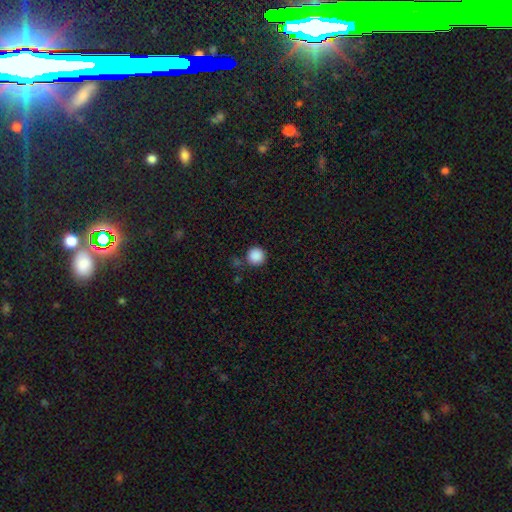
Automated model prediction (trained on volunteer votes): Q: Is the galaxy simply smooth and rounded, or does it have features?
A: smooth — 88%.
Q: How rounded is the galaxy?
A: round — 95%.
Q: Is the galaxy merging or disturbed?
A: none — 82%.